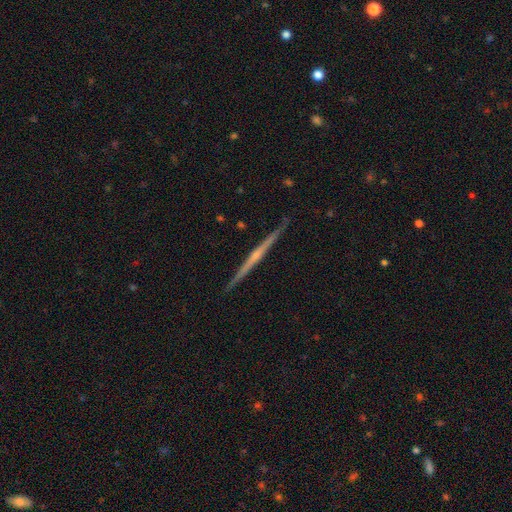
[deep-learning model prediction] smooth-or-featured: featured or disk: 80% | smooth: 15% | star or artifact: 5%
  disk-edge-on: yes: 99% | no: 1%
    edge-on-bulge: rounded: 56% | none: 38% | boxy: 7%
  merging: none: 92% | minor disturbance: 6% | major disturbance: 1% | merger: 1%